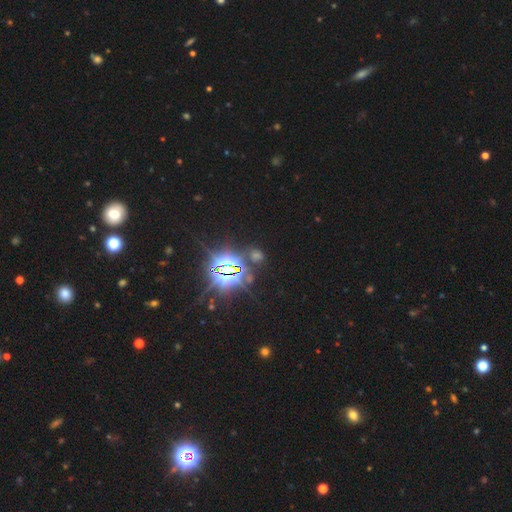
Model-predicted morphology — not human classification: type=star or artifact (77%).